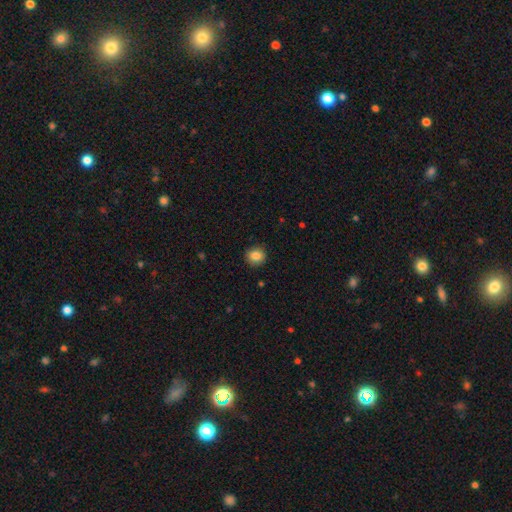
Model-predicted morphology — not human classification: smooth 86%, star or artifact 9%, featured or disk 5%. Down the decision tree: how rounded — round (84%); merging — none (90%).